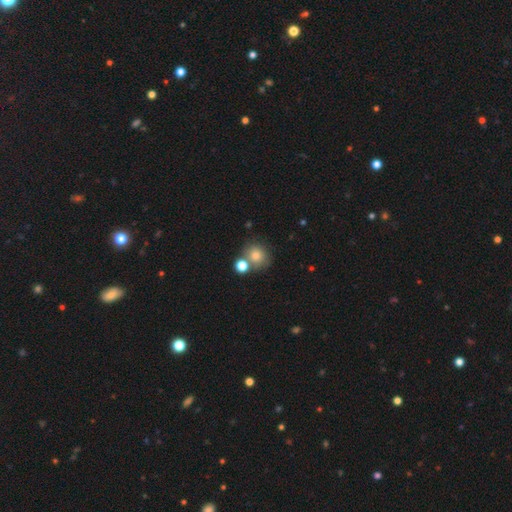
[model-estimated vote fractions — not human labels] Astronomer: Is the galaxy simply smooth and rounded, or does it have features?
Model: smooth — 79%.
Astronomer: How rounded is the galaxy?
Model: round — 83%.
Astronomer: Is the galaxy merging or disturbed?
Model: none — 58%.